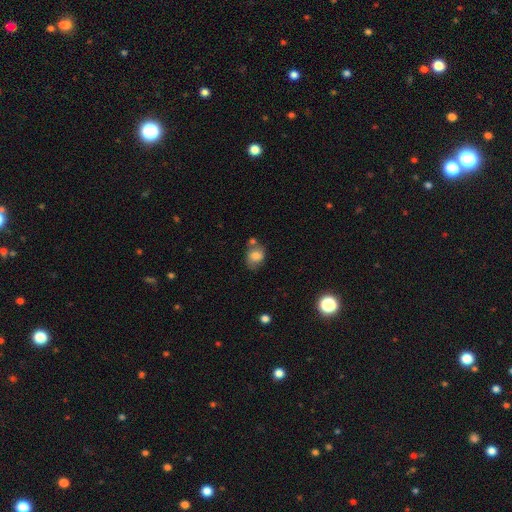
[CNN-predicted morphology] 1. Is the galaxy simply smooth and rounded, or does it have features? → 72% smooth, 18% featured or disk, 10% star or artifact.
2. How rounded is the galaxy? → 56% in between, 43% round, 1% cigar-shaped.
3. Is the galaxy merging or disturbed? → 55% none, 21% minor disturbance, 17% merger, 7% major disturbance.